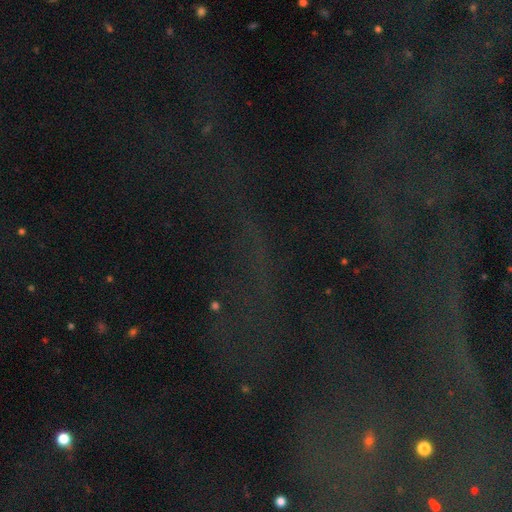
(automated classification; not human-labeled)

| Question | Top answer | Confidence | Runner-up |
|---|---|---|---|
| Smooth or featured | star or artifact | 74% | featured or disk (14%) |